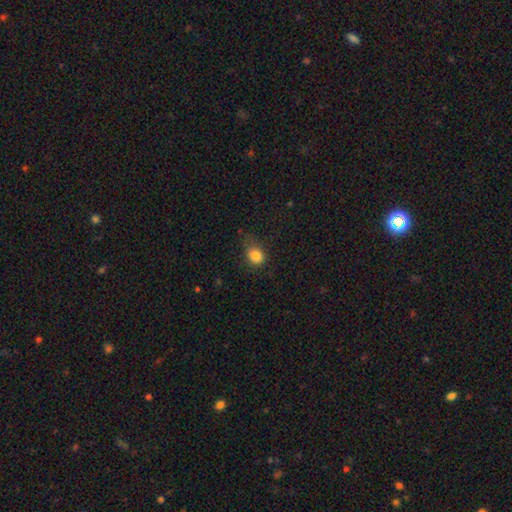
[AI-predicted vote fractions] Smooth or featured: smooth — 83% (star or artifact — 11%)
How rounded: round — 52% (in between — 47%)
Merging: none — 59% (minor disturbance — 29%)